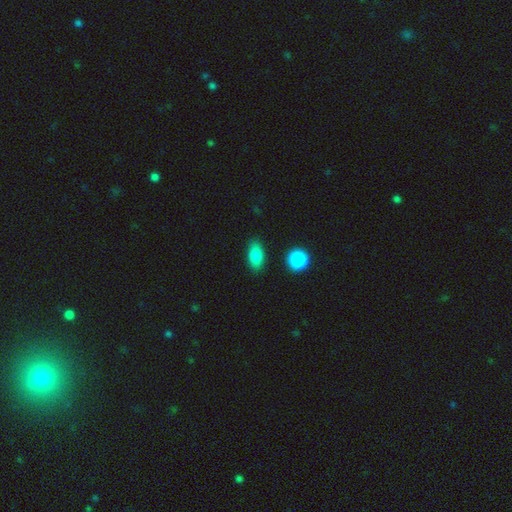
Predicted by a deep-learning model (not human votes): Smooth or featured? smooth (85%)
How rounded? in between (87%)
Merging? none (85%)